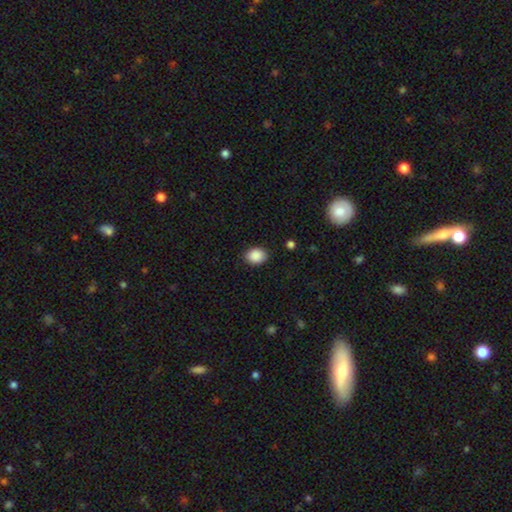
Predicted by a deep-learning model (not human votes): This is clearly a smooth galaxy (89%). How rounded: possibly in between (58%). Merging: clearly none (88%).